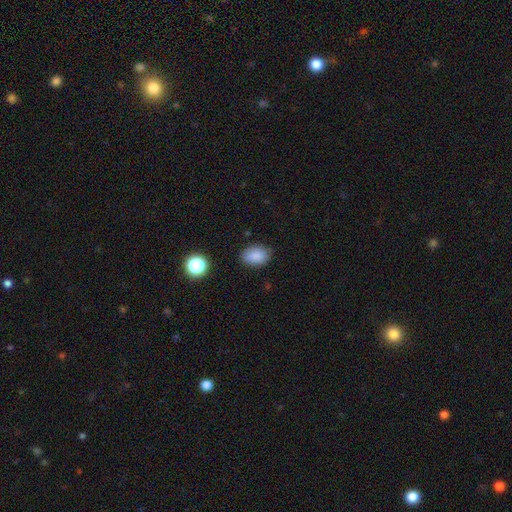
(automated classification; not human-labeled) This is clearly a smooth galaxy (86%). How rounded: clearly in between (84%). Merging: likely none (78%).